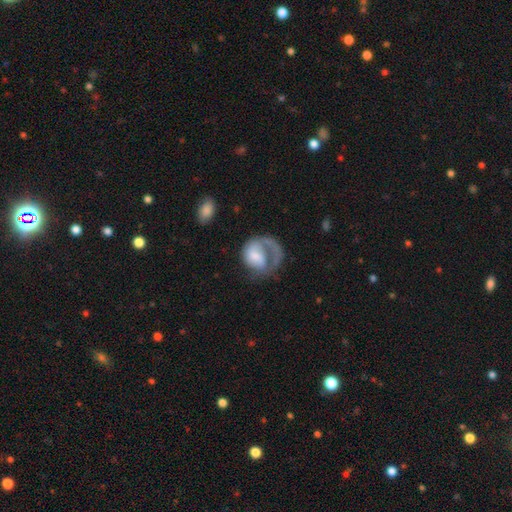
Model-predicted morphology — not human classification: type=featured or disk (60%); edge-on=no (98%); bar=no (63%); spiral arms=yes (76%); bulge=moderate (34%); merging=major disturbance (46%).